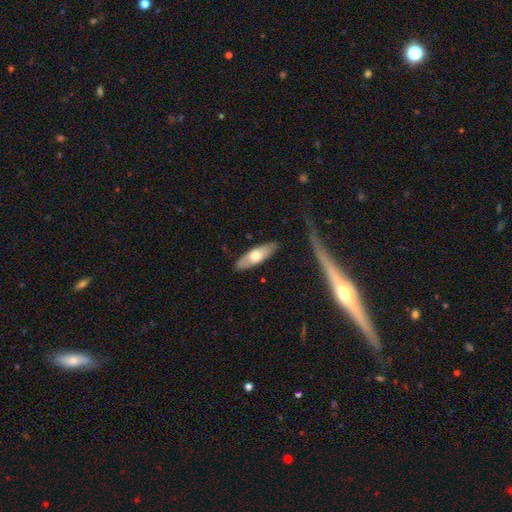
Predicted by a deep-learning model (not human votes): Smooth or featured? smooth (59%)
How rounded? in between (57%)
Merging? none (85%)